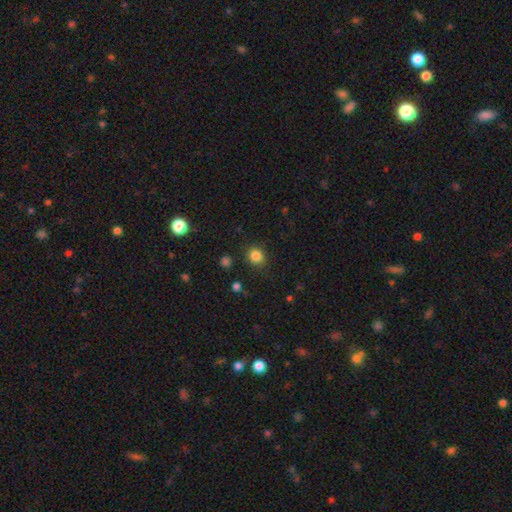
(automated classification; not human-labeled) This is clearly a smooth galaxy (84%). How rounded: likely round (76%). Merging: clearly none (87%).